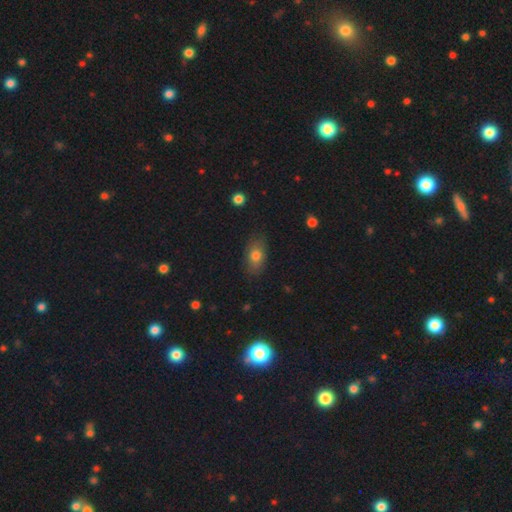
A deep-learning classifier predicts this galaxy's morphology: Smooth or featured? smooth (76%)
How rounded? in between (85%)
Merging? none (81%)